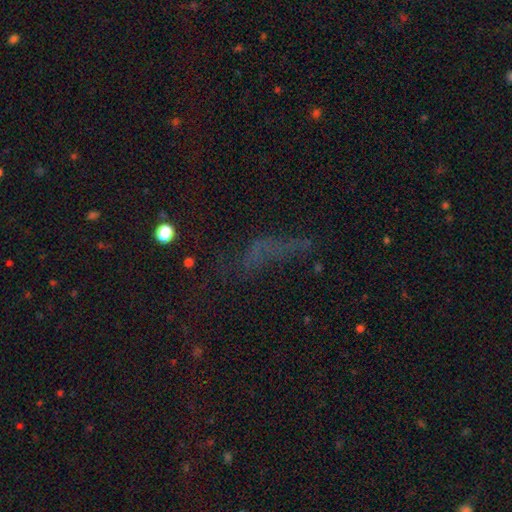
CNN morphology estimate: Smooth or featured? Predicted: star or artifact (p=0.41).